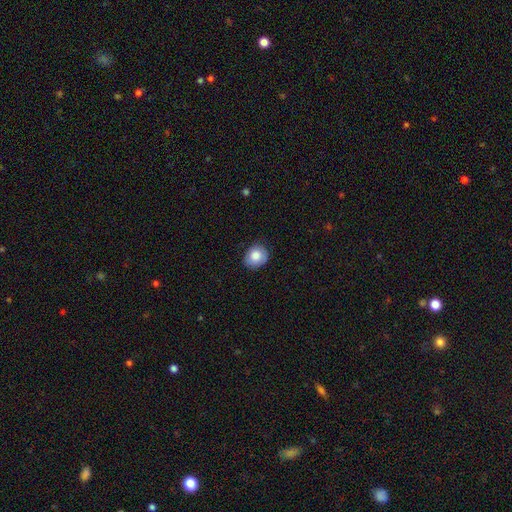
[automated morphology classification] smooth_or_featured: smooth (p=0.83) [alt: featured or disk p=0.09]
how_rounded: round (p=0.62) [alt: in between p=0.37]
merging: none (p=0.81) [alt: minor disturbance p=0.15]